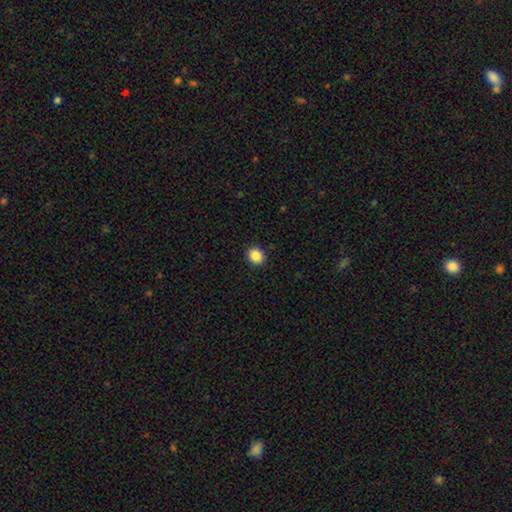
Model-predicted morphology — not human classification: This is clearly a smooth galaxy (87%). How rounded: likely round (74%). Merging: clearly none (91%).